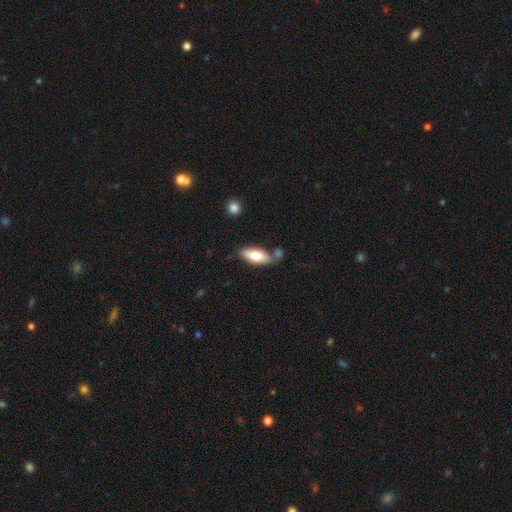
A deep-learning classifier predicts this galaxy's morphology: Smooth or featured: smooth — 73% (featured or disk — 21%)
How rounded: in between — 80% (cigar-shaped — 17%)
Merging: none — 66% (minor disturbance — 16%)